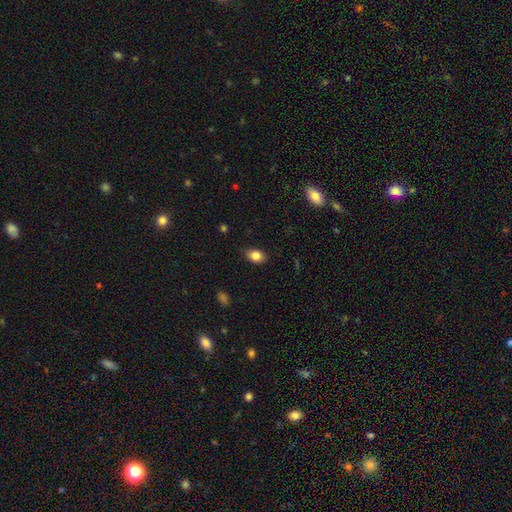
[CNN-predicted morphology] Smooth or featured?
  - smooth: 84% *
  - star or artifact: 9%
  - featured or disk: 7%
How rounded?
  - in between: 79% *
  - round: 20%
  - cigar-shaped: 1%
Merging?
  - none: 85% *
  - minor disturbance: 12%
  - major disturbance: 2%
  - merger: 1%